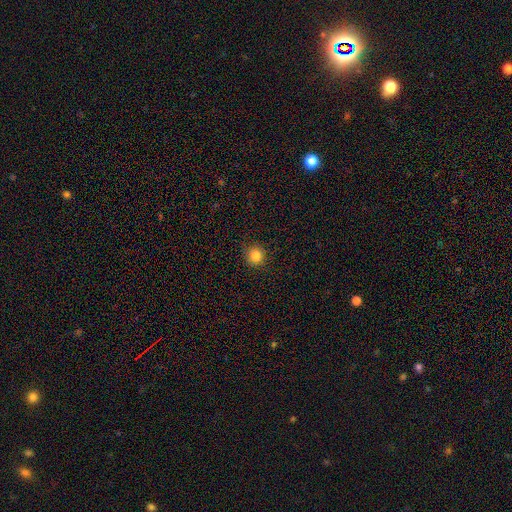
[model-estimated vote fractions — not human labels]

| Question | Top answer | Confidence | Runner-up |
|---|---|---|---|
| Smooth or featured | smooth | 84% | star or artifact (12%) |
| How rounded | round | 94% | in between (5%) |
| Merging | none | 91% | minor disturbance (6%) |